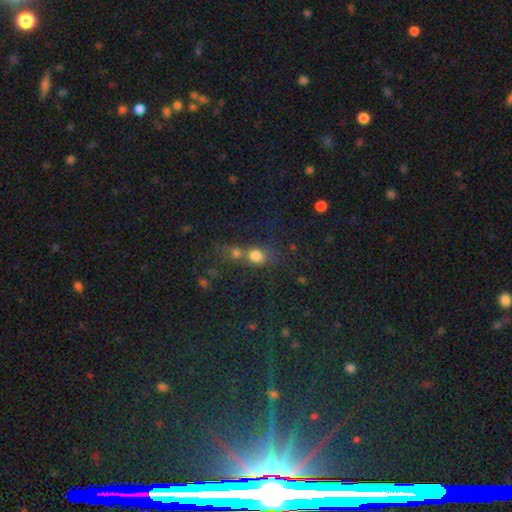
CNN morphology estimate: The model was most divided on "merging": merger: 49%, none: 36%, minor disturbance: 9%, major disturbance: 6%. More confident: smooth or featured — smooth (74%); how rounded — round (73%).